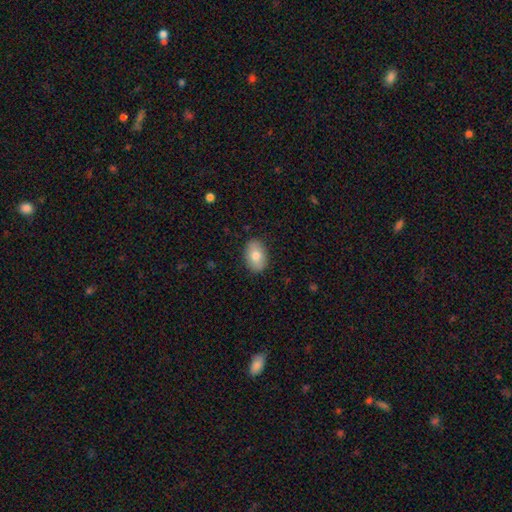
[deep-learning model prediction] Smooth or featured: smooth — 78% (featured or disk — 15%)
How rounded: in between — 85% (round — 13%)
Merging: none — 88% (minor disturbance — 9%)